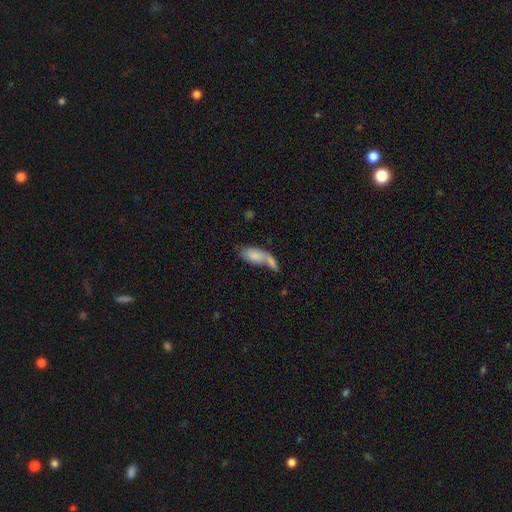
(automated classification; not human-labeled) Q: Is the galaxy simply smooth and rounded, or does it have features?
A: smooth — 74%.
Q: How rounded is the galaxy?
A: in between — 87%.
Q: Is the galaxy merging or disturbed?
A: merger — 58%.